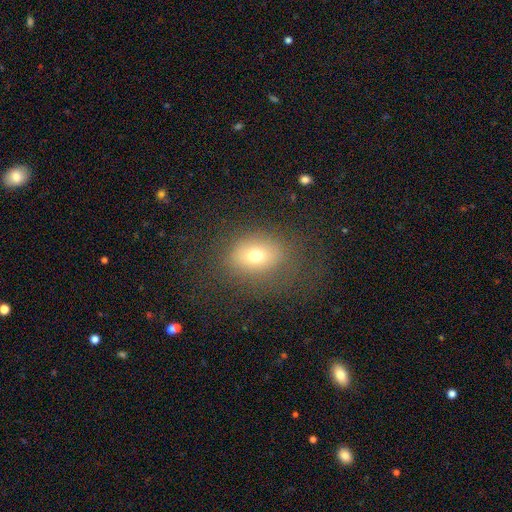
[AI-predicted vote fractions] The model was most divided on "how rounded": in between: 55%, round: 44%, cigar-shaped: 1%. More confident: merging — none (71%); smooth or featured — smooth (69%).